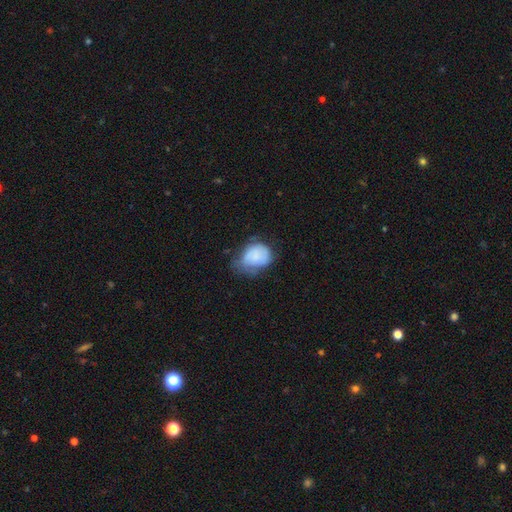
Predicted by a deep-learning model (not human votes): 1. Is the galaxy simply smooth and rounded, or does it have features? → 75% smooth, 17% featured or disk, 8% star or artifact.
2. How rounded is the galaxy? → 57% in between, 42% round, 1% cigar-shaped.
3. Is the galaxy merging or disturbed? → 44% minor disturbance, 31% none, 22% major disturbance, 3% merger.